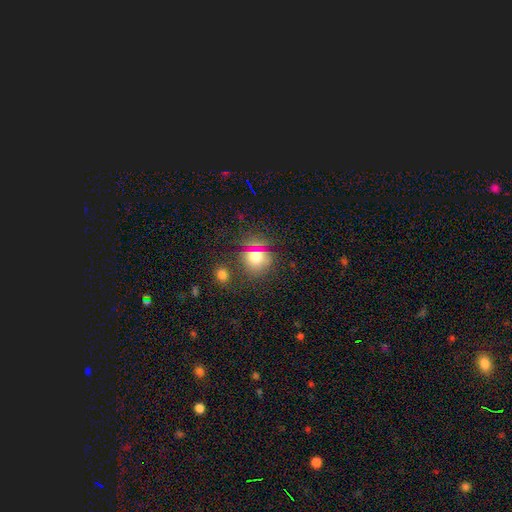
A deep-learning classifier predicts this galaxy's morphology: smooth_or_featured: smooth (p=0.67) [alt: star or artifact p=0.23]
how_rounded: round (p=0.80) [alt: in between p=0.18]
merging: none (p=0.71) [alt: minor disturbance p=0.13]